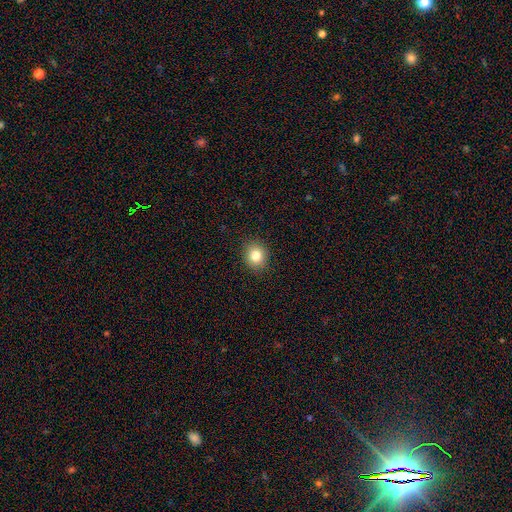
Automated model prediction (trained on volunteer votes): Q: Smooth or featured?
A: smooth (81%); runner-up: star or artifact (11%)
Q: How rounded?
A: round (81%); runner-up: in between (19%)
Q: Merging?
A: none (91%); runner-up: minor disturbance (6%)